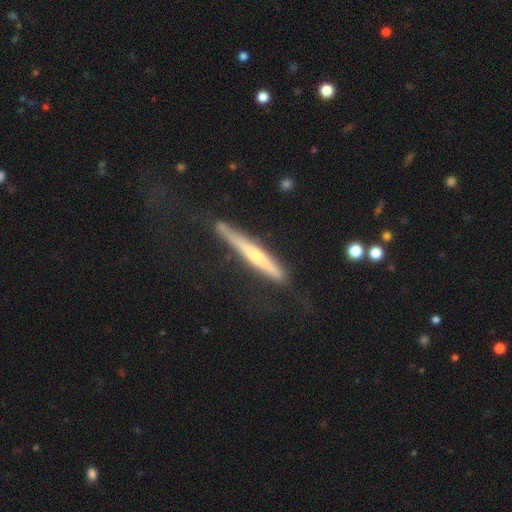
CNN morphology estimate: Smooth or featured: featured or disk — 60% (smooth — 34%)
Edge-on disk: yes — 96% (no — 4%)
Edge-on bulge: rounded — 54% (none — 36%)
Merging: none — 74% (minor disturbance — 18%)